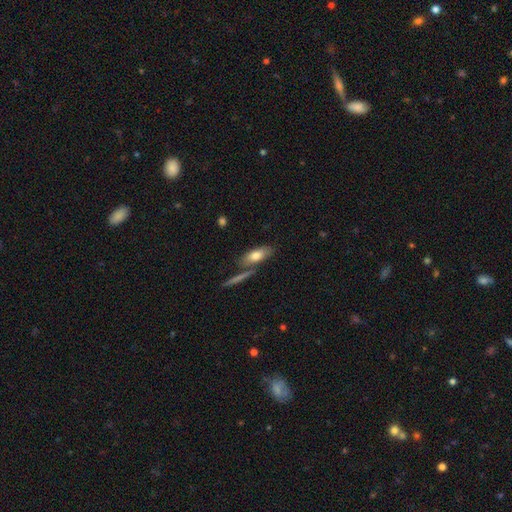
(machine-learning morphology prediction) type=smooth (73%); roundness=in between (74%); merging=none (64%).